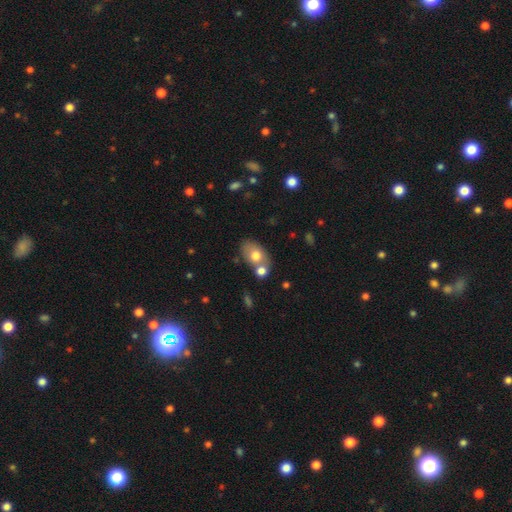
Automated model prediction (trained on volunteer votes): Smooth or featured? Predicted: smooth (p=0.73). How rounded? Predicted: in between (p=0.80). Merging? Predicted: none (p=0.49).